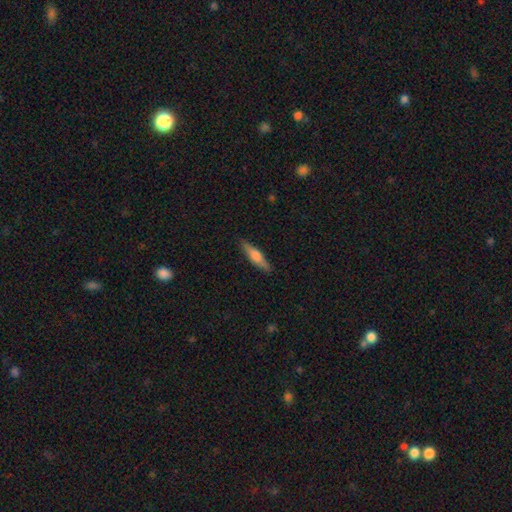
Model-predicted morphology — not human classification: smooth 52%, featured or disk 42%, star or artifact 6%. Down the decision tree: how rounded — cigar-shaped (75%); merging — none (86%).